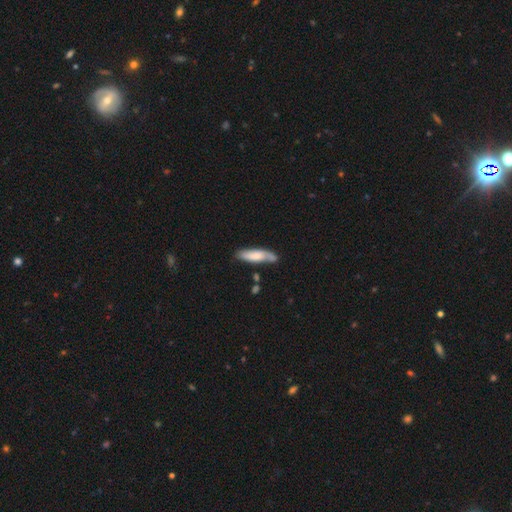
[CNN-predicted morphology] Smooth or featured? Predicted: smooth (p=0.63). How rounded? Predicted: cigar-shaped (p=0.59). Merging? Predicted: none (p=0.66).